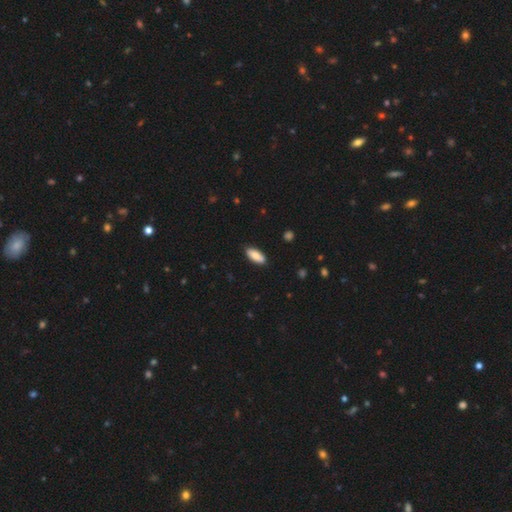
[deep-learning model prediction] Smooth or featured: smooth — 85% (featured or disk — 10%)
How rounded: in between — 84% (cigar-shaped — 15%)
Merging: none — 88% (minor disturbance — 10%)